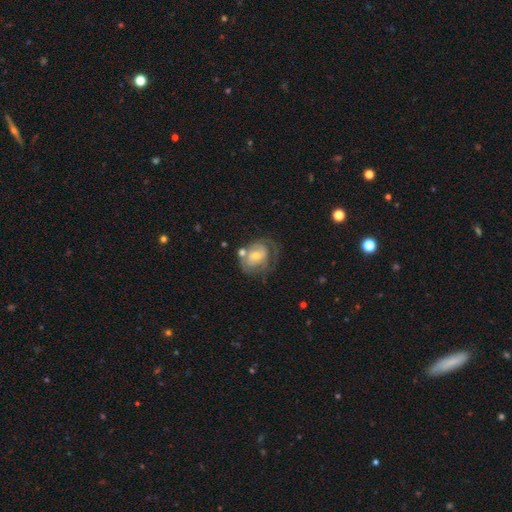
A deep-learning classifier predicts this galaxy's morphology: Smooth or featured? featured or disk (62%)
Edge-on disk? no (97%)
Bar? no (57%)
Spiral arms? yes (72%)
Bulge size? small (49%)
Merging? none (37%)